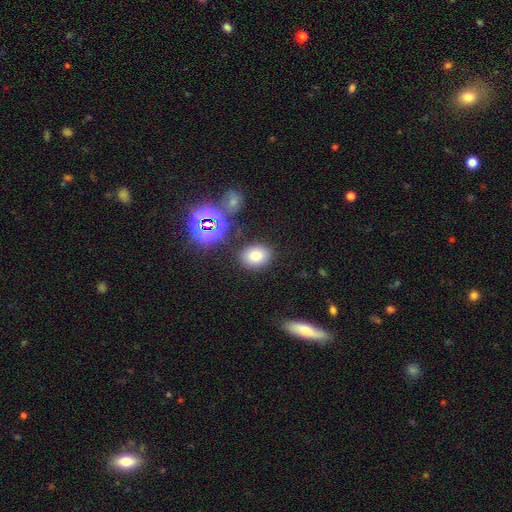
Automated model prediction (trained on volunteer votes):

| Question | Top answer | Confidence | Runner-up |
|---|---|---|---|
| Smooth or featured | smooth | 76% | star or artifact (15%) |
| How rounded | in between | 61% | round (38%) |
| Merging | none | 83% | minor disturbance (10%) |